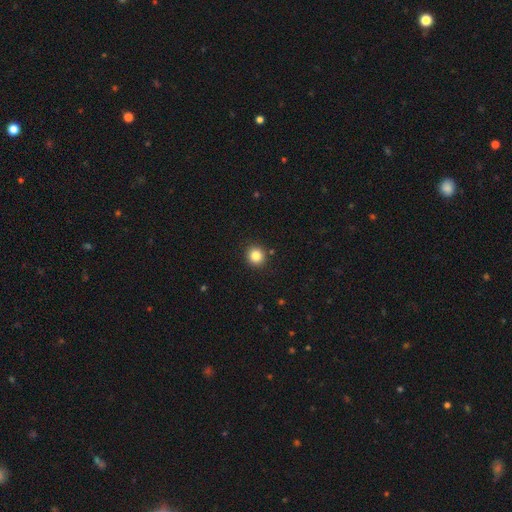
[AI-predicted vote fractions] Q: Smooth or featured?
A: smooth (84%); runner-up: star or artifact (11%)
Q: How rounded?
A: round (90%); runner-up: in between (9%)
Q: Merging?
A: none (91%); runner-up: minor disturbance (6%)